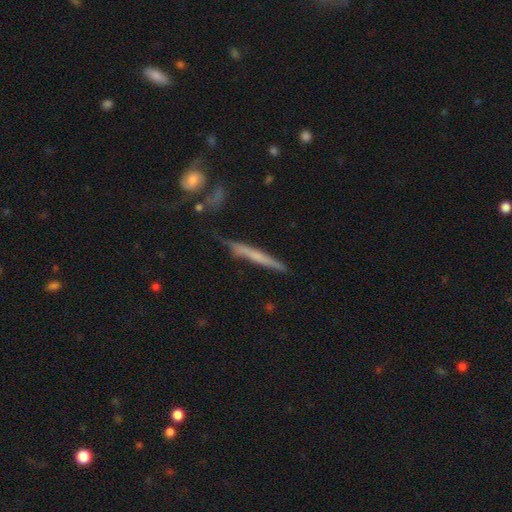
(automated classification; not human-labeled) Smooth or featured? featured or disk (49%)
Merging? none (71%)